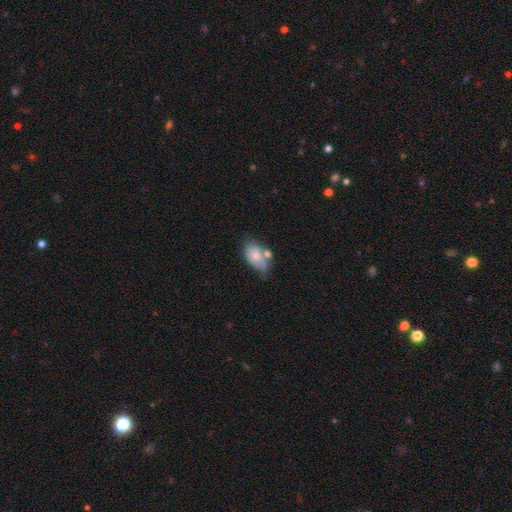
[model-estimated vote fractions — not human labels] A smooth galaxy with no disk features (66%) that is in between round and cigar-shaped (89%).

Vote fractions:
- Smooth or featured? smooth: 66% / featured or disk: 26% / star or artifact: 8%
- How rounded? in between: 89% / round: 9% / cigar-shaped: 2%
- Merging? none: 32% / minor disturbance: 30% / merger: 25% / major disturbance: 14%